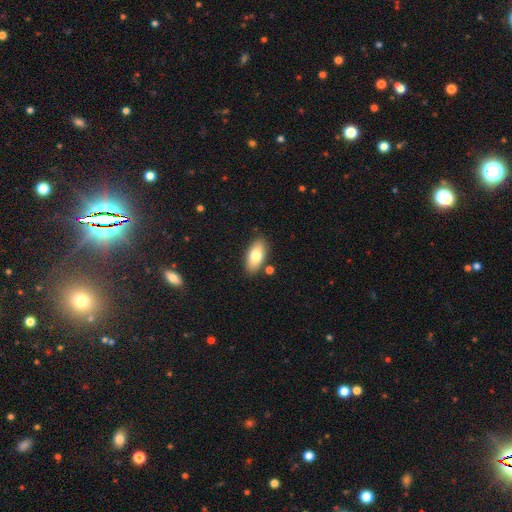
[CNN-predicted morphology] smooth_or_featured: smooth (p=0.78) [alt: featured or disk p=0.16]
how_rounded: in between (p=0.90) [alt: cigar-shaped p=0.07]
merging: none (p=0.83) [alt: minor disturbance p=0.10]